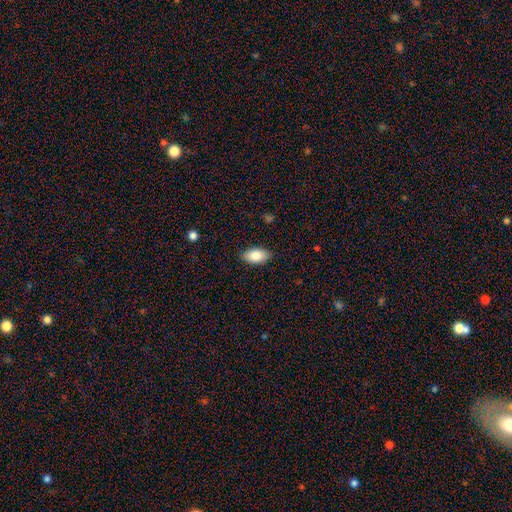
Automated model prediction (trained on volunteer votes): Smooth or featured: smooth — 84% (featured or disk — 9%)
How rounded: in between — 94% (round — 4%)
Merging: none — 88% (minor disturbance — 9%)